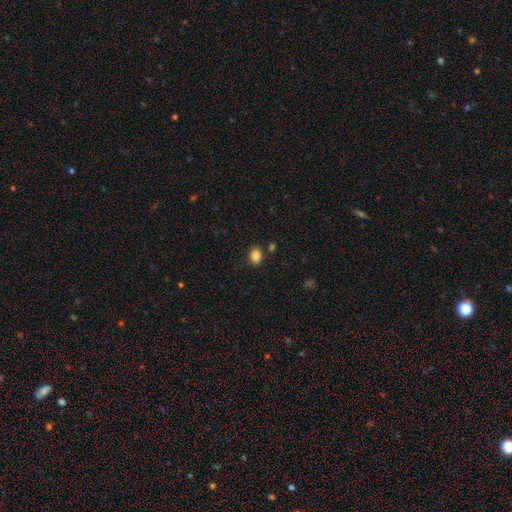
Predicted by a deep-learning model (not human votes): Smooth or featured?
  - smooth: 86% *
  - star or artifact: 10%
  - featured or disk: 4%
How rounded?
  - in between: 66% *
  - round: 33%
  - cigar-shaped: 1%
Merging?
  - none: 84% *
  - minor disturbance: 9%
  - merger: 4%
  - major disturbance: 3%